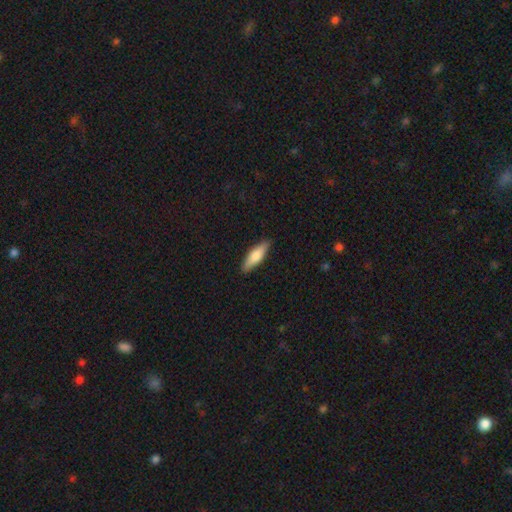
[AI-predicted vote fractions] Overall: smooth (75%). How rounded: cigar-shaped (50%; in between 48%). Merging: none (88%).